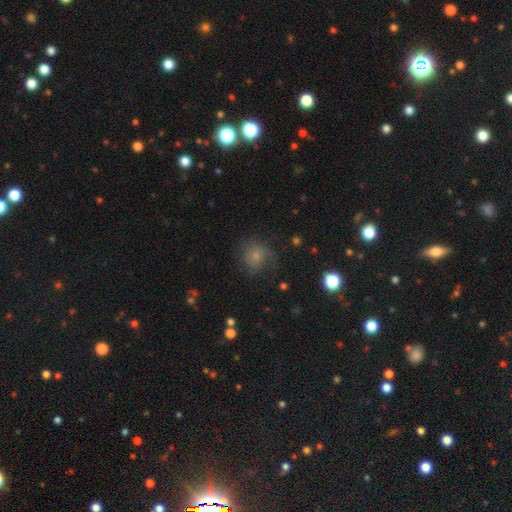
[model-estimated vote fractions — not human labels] smooth-or-featured: smooth: 66% | featured or disk: 21% | star or artifact: 13%
  how-rounded: round: 83% | in between: 16% | cigar-shaped: 1%
  merging: none: 58% | minor disturbance: 23% | major disturbance: 16% | merger: 2%